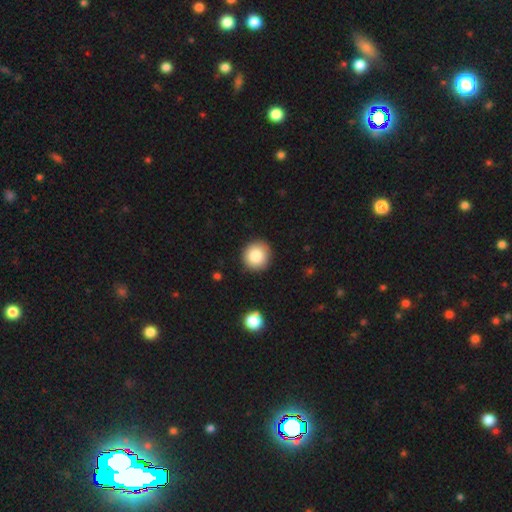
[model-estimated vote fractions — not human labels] Smooth or featured? smooth (85%)
How rounded? round (93%)
Merging? none (89%)